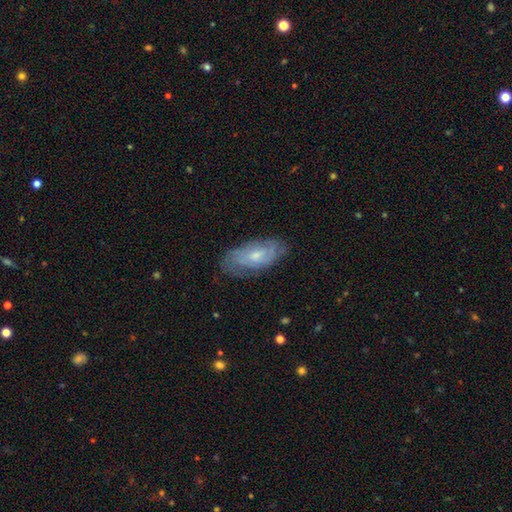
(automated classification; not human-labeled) A featured or disk galaxy (59%) with no bar (69%), spiral arms (78%) and a small central bulge (50%). Merging: none (72%).